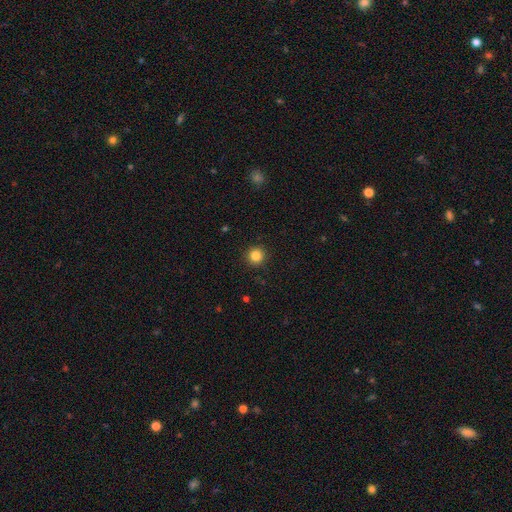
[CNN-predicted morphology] smooth 84%, star or artifact 11%, featured or disk 5%. Down the decision tree: how rounded — round (95%); merging — none (92%).